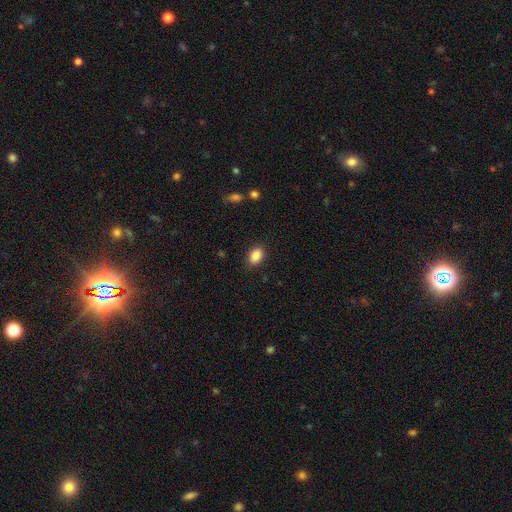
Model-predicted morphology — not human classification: Smooth or featured? smooth (88%)
How rounded? in between (82%)
Merging? none (86%)